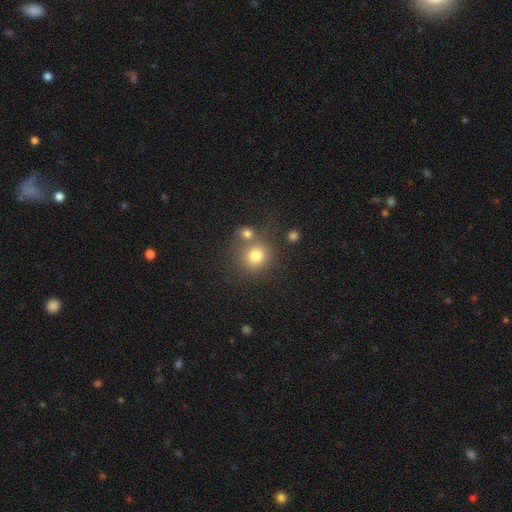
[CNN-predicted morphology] The model was most divided on "merging": none: 54%, merger: 32%, minor disturbance: 9%, major disturbance: 5%. More confident: how rounded — round (87%); smooth or featured — smooth (77%).